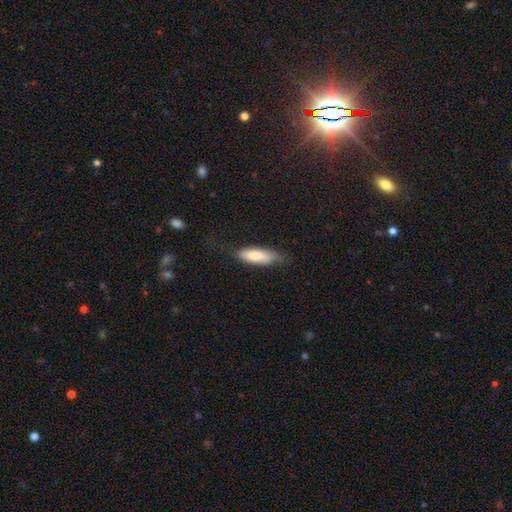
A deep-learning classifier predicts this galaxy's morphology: This is clearly a smooth galaxy (80%). How rounded: possibly in between (58%). Merging: likely none (63%).